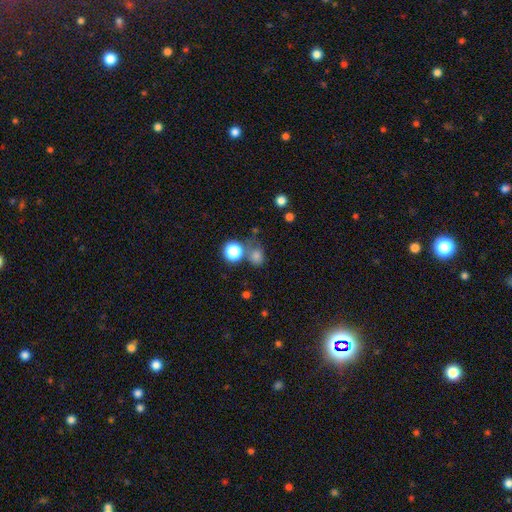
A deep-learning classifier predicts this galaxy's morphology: A smooth galaxy with no disk features (77%) that is round (69%).

Vote fractions:
- Smooth or featured? smooth: 77% / star or artifact: 17% / featured or disk: 6%
- How rounded? round: 69% / in between: 30% / cigar-shaped: 1%
- Merging? none: 56% / merger: 21% / minor disturbance: 15% / major disturbance: 8%